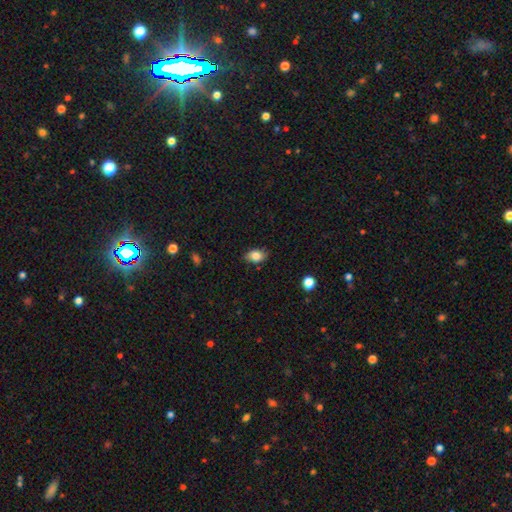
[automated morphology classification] type=smooth (82%); roundness=in between (86%); merging=none (81%).